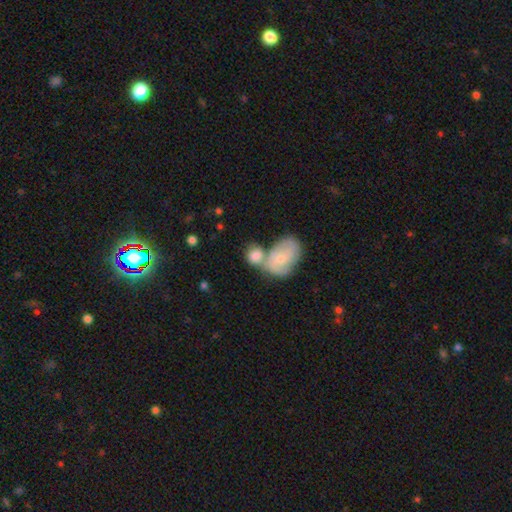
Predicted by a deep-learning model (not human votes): This is likely a smooth galaxy (71%). How rounded: possibly round (49%, tied with in between). Merging: possibly merger (55%).